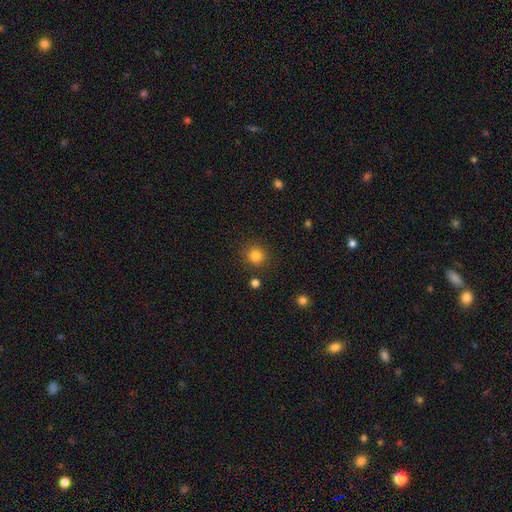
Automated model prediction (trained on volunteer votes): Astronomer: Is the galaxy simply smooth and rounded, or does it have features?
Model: smooth — 83%.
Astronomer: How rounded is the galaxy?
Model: round — 92%.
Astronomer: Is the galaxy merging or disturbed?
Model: none — 89%.